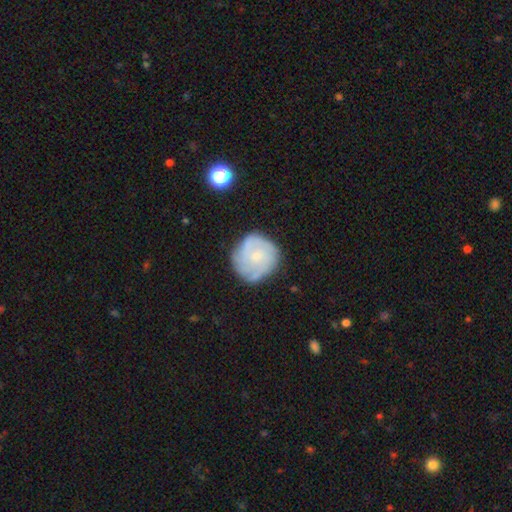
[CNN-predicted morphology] featured or disk 56%, smooth 36%, star or artifact 7%. Down the decision tree: edge-on disk — no (98%); bar — no (78%); spiral arms — yes (76%); bulge size — small (63%); merging — none (71%).